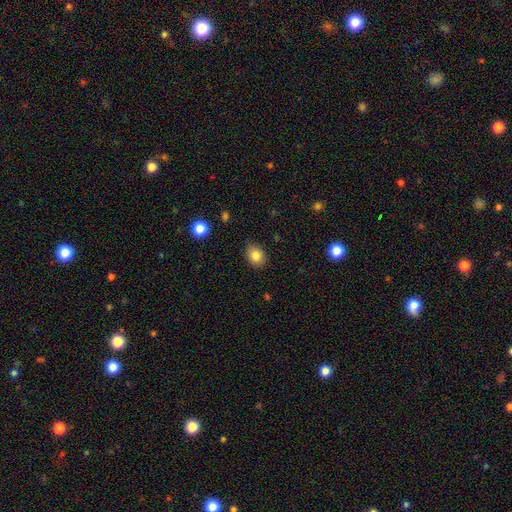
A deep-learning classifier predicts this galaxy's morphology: Smooth or featured: smooth — 82% (star or artifact — 10%)
How rounded: in between — 50% (round — 49%)
Merging: none — 85% (minor disturbance — 12%)